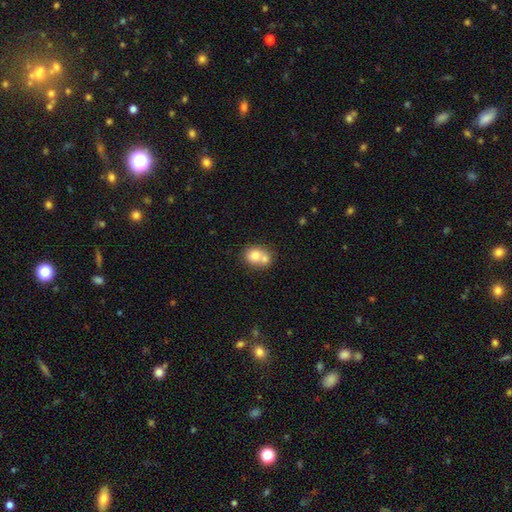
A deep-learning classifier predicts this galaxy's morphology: Q: Smooth or featured?
A: smooth (74%); runner-up: featured or disk (17%)
Q: How rounded?
A: round (65%); runner-up: in between (34%)
Q: Merging?
A: merger (59%); runner-up: none (30%)